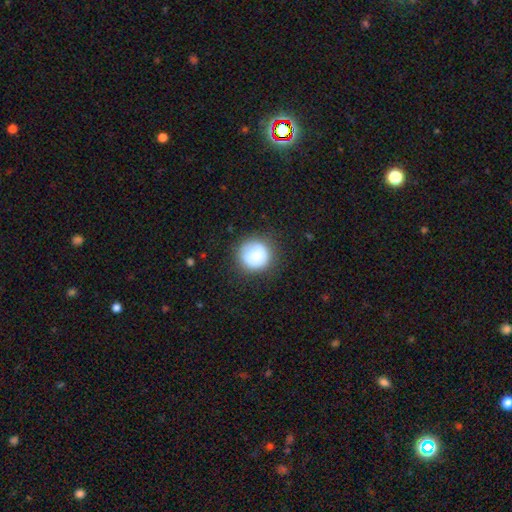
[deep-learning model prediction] A smooth galaxy with no disk features (74%) that is round (93%). Merging: none (78%).